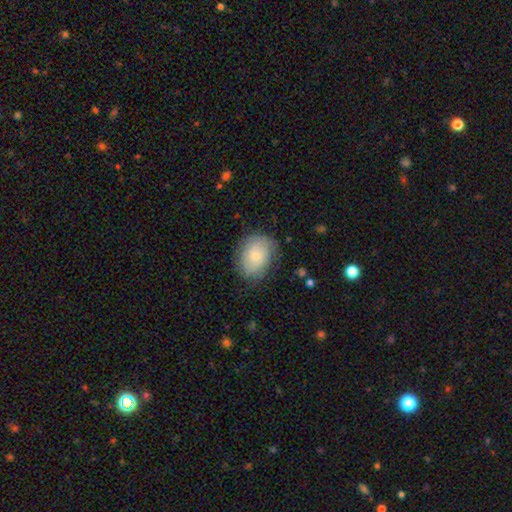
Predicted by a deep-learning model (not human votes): Smooth or featured?
  - smooth: 71% *
  - featured or disk: 22%
  - star or artifact: 7%
How rounded?
  - in between: 57% *
  - round: 42%
  - cigar-shaped: 1%
Merging?
  - none: 74% *
  - minor disturbance: 19%
  - major disturbance: 6%
  - merger: 1%